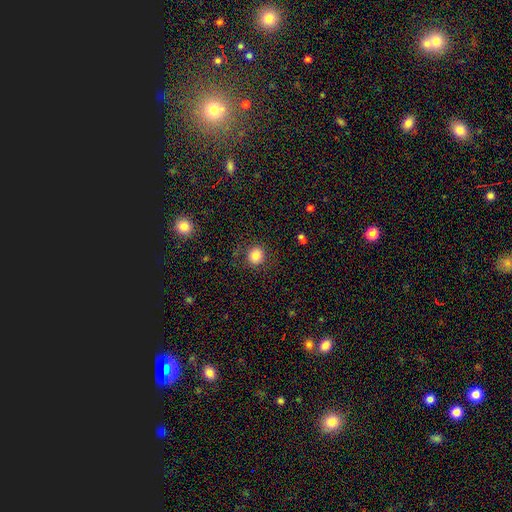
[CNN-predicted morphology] Smooth or featured?
  - smooth: 83% *
  - star or artifact: 11%
  - featured or disk: 6%
How rounded?
  - round: 86% *
  - in between: 13%
  - cigar-shaped: 1%
Merging?
  - none: 85% *
  - minor disturbance: 10%
  - major disturbance: 4%
  - merger: 1%